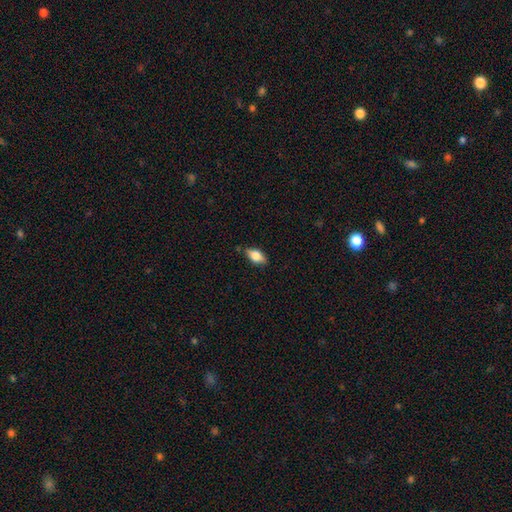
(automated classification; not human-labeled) Morphology: type=smooth (71%); roundness=in between (87%); merging=none (81%).